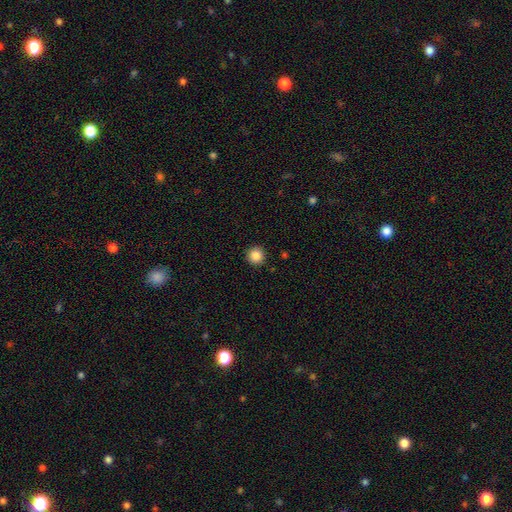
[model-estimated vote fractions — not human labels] The model was most divided on "smooth or featured": smooth: 86%, star or artifact: 10%, featured or disk: 4%. More confident: how rounded — round (95%); merging — none (93%).